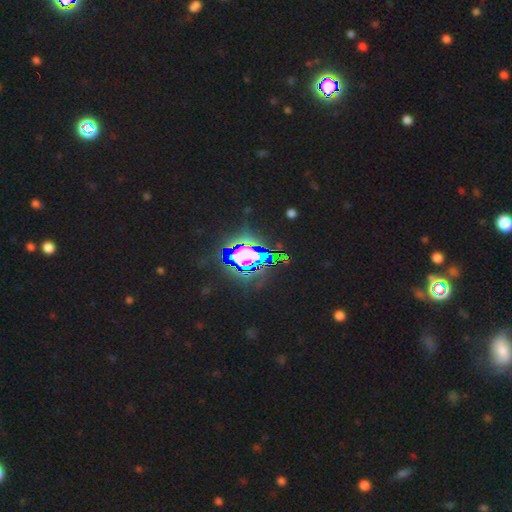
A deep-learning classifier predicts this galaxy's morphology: Smooth or featured: star or artifact — 76% (featured or disk — 13%)